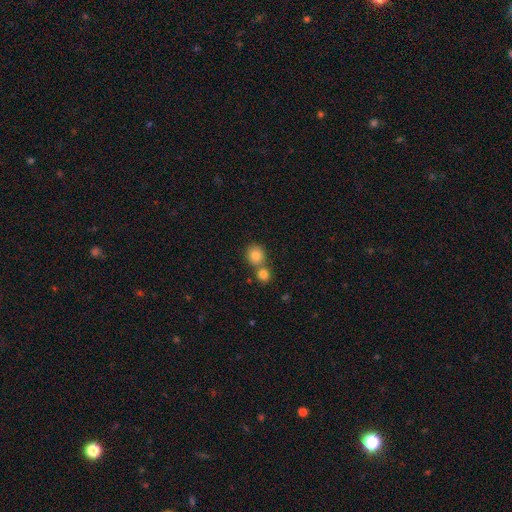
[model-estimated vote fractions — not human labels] Smooth or featured? smooth (82%)
How rounded? round (86%)
Merging? none (55%)